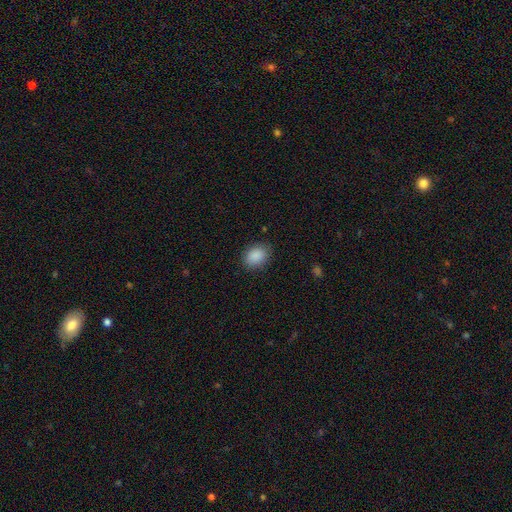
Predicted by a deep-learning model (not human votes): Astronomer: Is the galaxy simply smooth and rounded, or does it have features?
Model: smooth — 89%.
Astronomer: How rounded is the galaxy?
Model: in between — 67%.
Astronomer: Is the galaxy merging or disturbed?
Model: none — 84%.